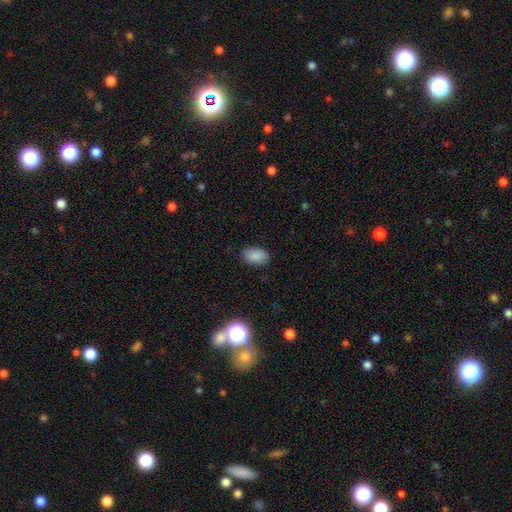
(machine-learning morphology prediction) This appears to be a smooth galaxy with no disk features (85%) that is in between round and cigar-shaped (90%). Merging: none (84%).